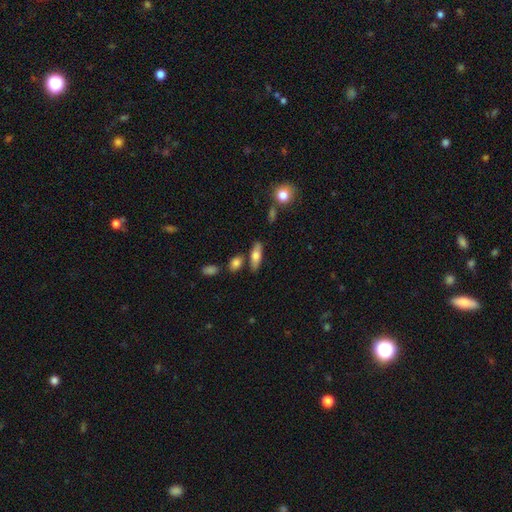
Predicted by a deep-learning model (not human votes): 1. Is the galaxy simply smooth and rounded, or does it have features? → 66% smooth, 26% featured or disk, 7% star or artifact.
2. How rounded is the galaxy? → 58% in between, 39% cigar-shaped, 4% round.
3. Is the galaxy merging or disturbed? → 75% none, 13% minor disturbance, 9% merger, 3% major disturbance.